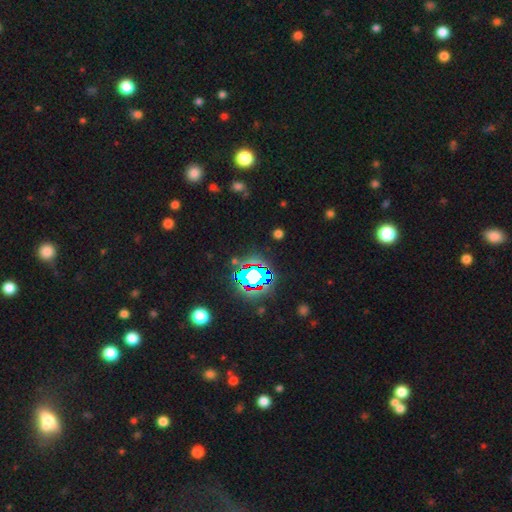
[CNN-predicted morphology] type=star or artifact (80%).